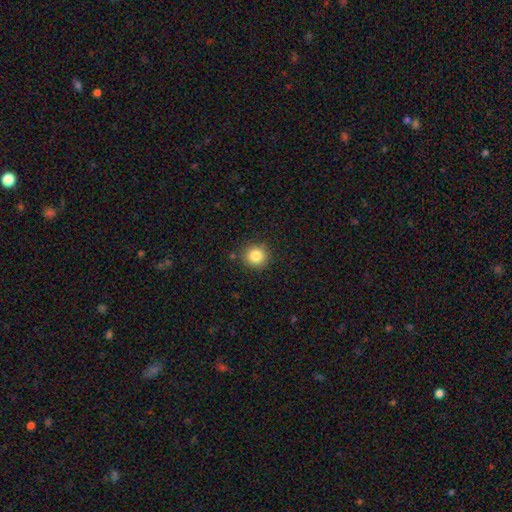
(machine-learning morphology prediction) A smooth galaxy with no disk features (84%) that is round (92%). Merging: none (88%).